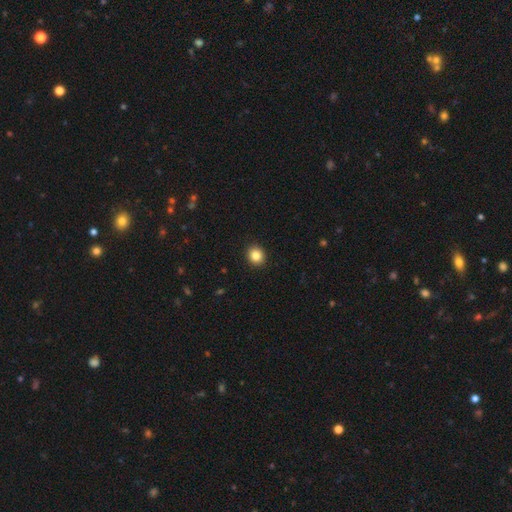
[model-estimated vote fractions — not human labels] smooth-or-featured: smooth: 85% | star or artifact: 10% | featured or disk: 5%
  how-rounded: round: 73% | in between: 27% | cigar-shaped: 1%
  merging: none: 92% | minor disturbance: 5% | major disturbance: 2% | merger: 1%